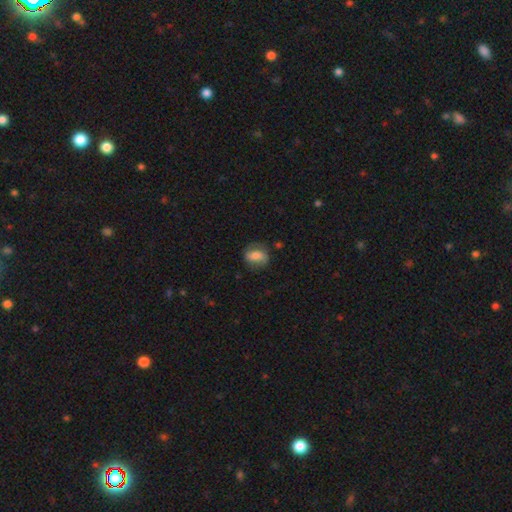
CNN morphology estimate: Overall: smooth (67%). How rounded: in between (62%; round 36%). Merging: none (70%).